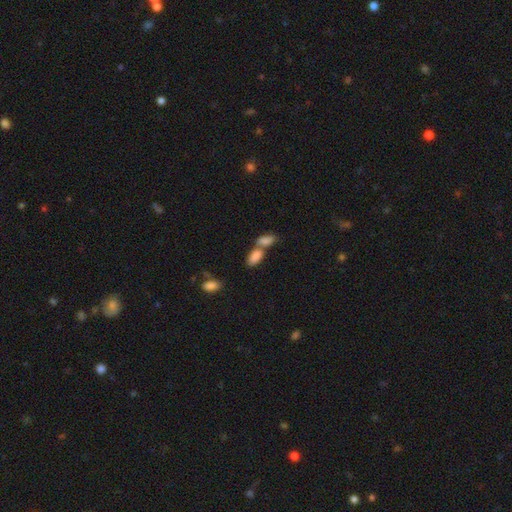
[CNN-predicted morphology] type=smooth (84%); roundness=in between (91%); merging=merger (61%).